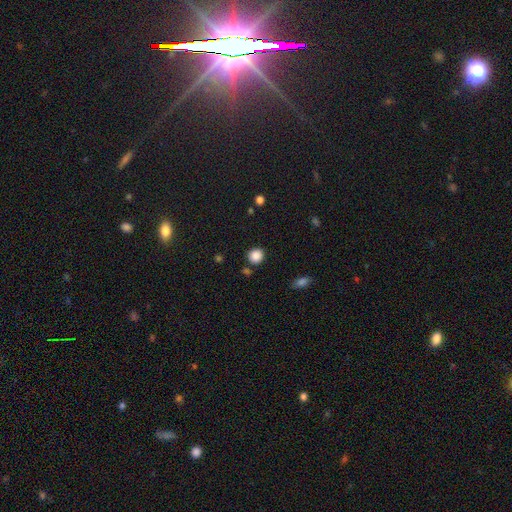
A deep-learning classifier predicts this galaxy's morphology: This appears to be a smooth galaxy with no disk features (87%) that is round (88%). Merging: none (84%).